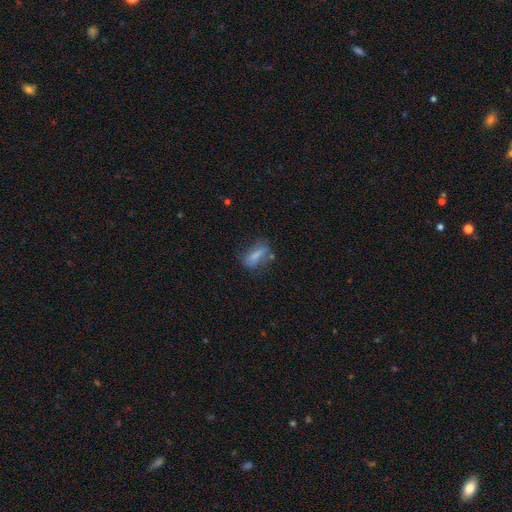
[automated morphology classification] smooth-or-featured: smooth: 65% | featured or disk: 25% | star or artifact: 10%
  how-rounded: in between: 63% | cigar-shaped: 31% | round: 6%
  merging: none: 54% | minor disturbance: 26% | major disturbance: 14% | merger: 6%